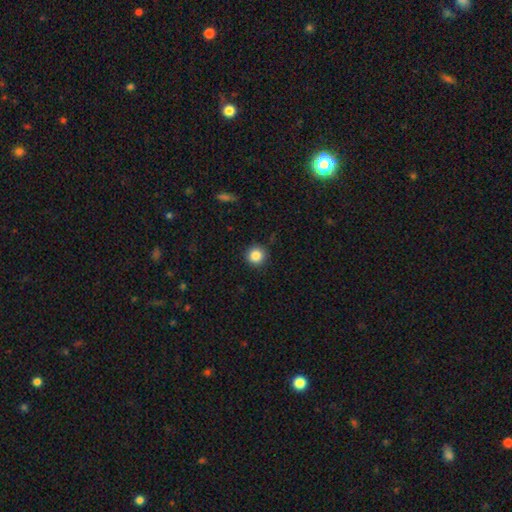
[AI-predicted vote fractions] The model was most divided on "smooth or featured": smooth: 85%, star or artifact: 10%, featured or disk: 4%. More confident: how rounded — round (95%); merging — none (91%).